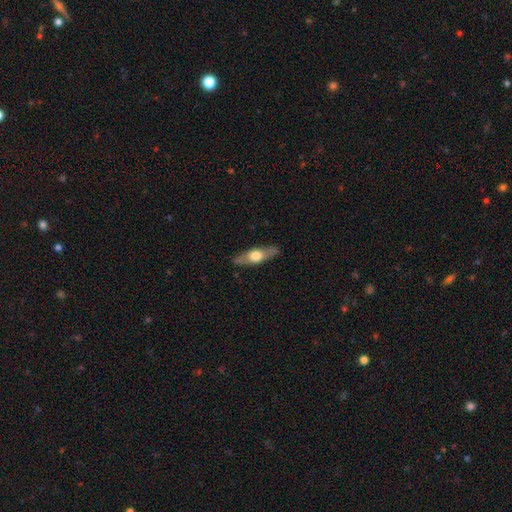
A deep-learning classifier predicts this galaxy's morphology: This appears to be a featured or disk galaxy (53%) viewed edge-on (82%). Merging: none (87%).